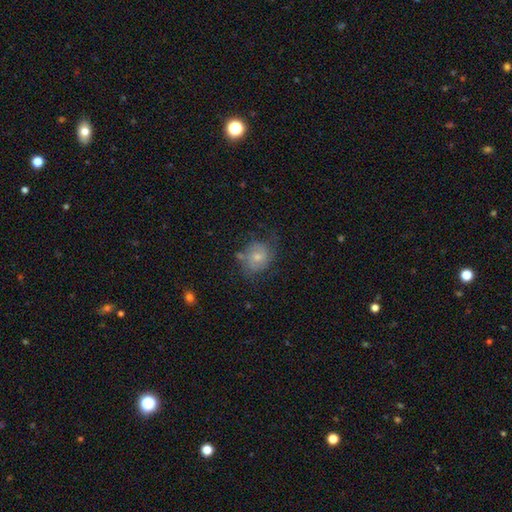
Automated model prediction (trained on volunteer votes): This is marginally a featured or disk galaxy (45%). Merging: likely none (61%).